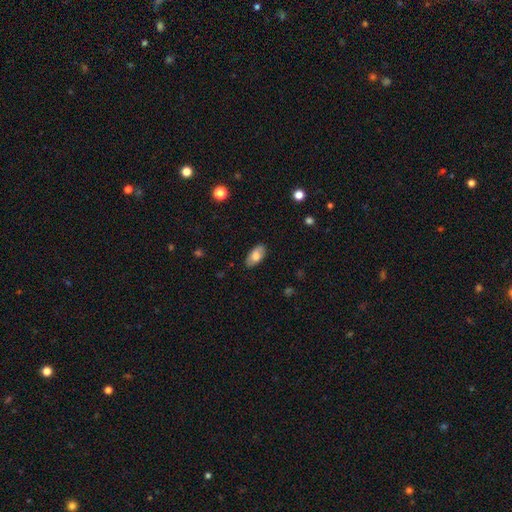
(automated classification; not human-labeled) Smooth or featured: smooth — 74% (featured or disk — 19%)
How rounded: in between — 94% (cigar-shaped — 3%)
Merging: none — 85% (minor disturbance — 11%)